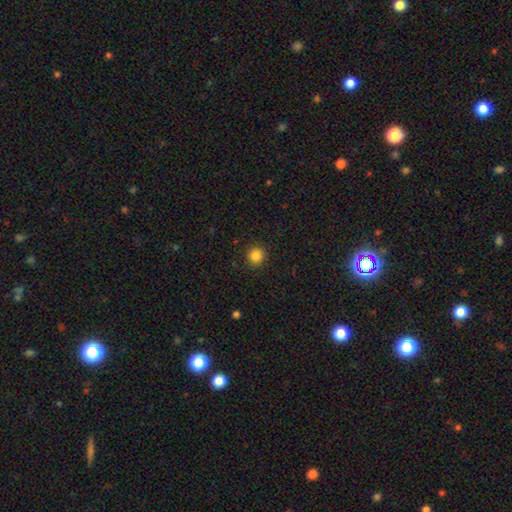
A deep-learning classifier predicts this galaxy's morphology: A smooth galaxy with no disk features (85%) that is round (93%).

Vote fractions:
- Smooth or featured? smooth: 85% / star or artifact: 11% / featured or disk: 4%
- How rounded? round: 93% / in between: 6% / cigar-shaped: 1%
- Merging? none: 92% / minor disturbance: 5% / major disturbance: 2% / merger: 1%